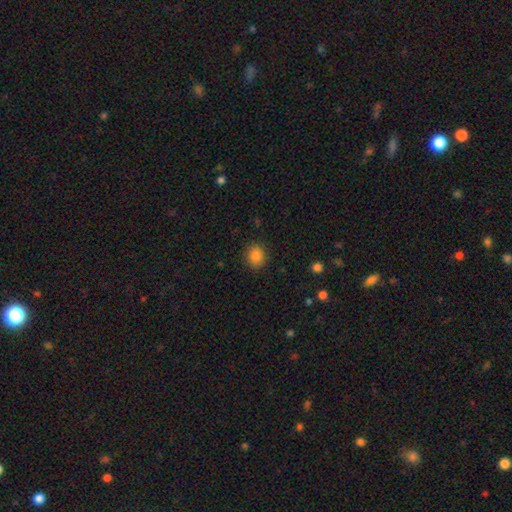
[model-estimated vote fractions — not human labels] A smooth galaxy with no disk features (85%) that is round (75%).

Vote fractions:
- Smooth or featured? smooth: 85% / star or artifact: 10% / featured or disk: 5%
- How rounded? round: 75% / in between: 24% / cigar-shaped: 1%
- Merging? none: 89% / minor disturbance: 8% / major disturbance: 2% / merger: 1%